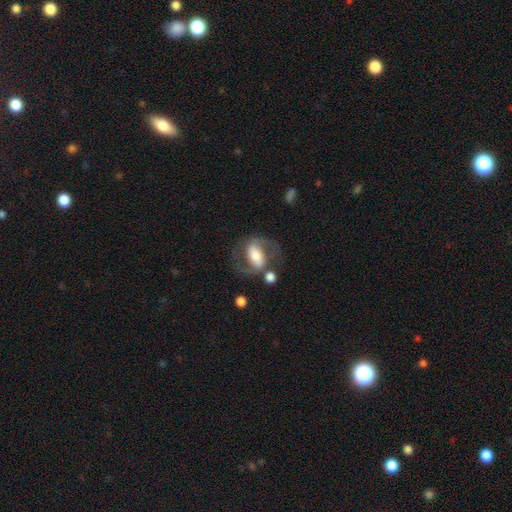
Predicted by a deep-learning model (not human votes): Overall: featured or disk (71%). Edge-on disk: no (95%). Bar: strong (51%; weak 29%). Spiral arms: yes (84%). Spiral arm count: 2 (89%). Spiral winding: medium (53%; loose 29%). Bulge size: moderate (51%; large 23%). Merging: none (63%).